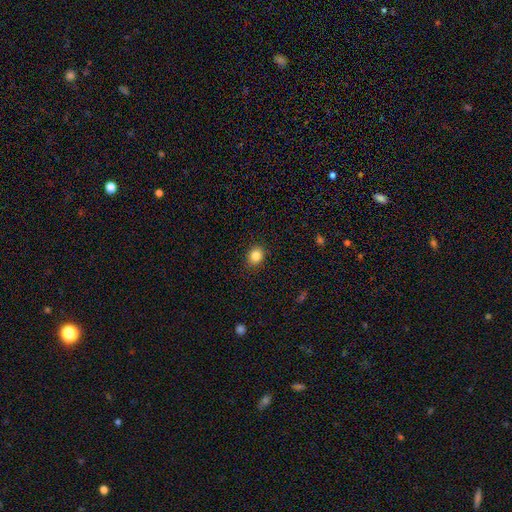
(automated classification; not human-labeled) Smooth or featured? Predicted: smooth (p=0.85). How rounded? Predicted: round (p=0.65). Merging? Predicted: none (p=0.89).